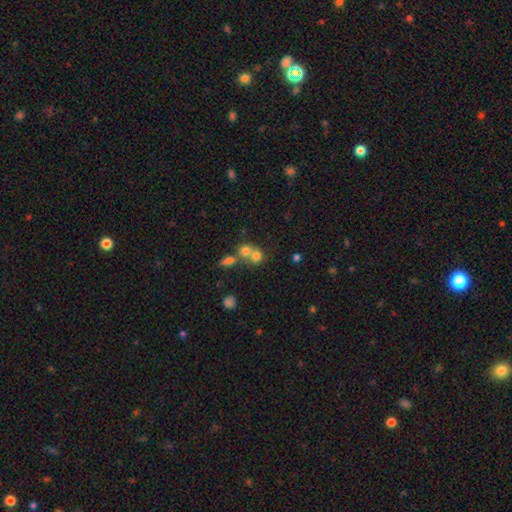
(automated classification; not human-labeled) Smooth or featured: smooth — 72% (featured or disk — 14%)
How rounded: round — 79% (in between — 20%)
Merging: merger — 56% (none — 35%)